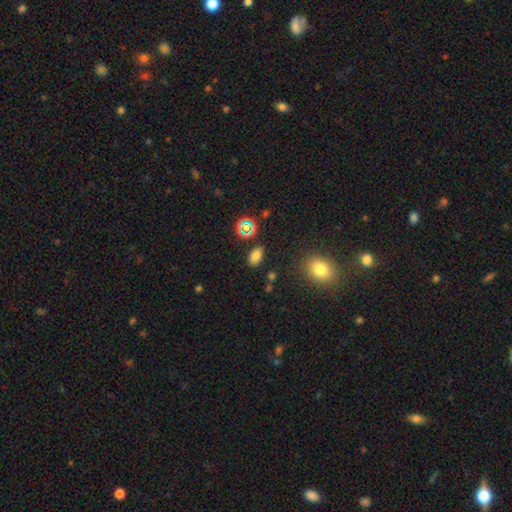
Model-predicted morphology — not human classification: A smooth galaxy with no disk features (74%) that is in between round and cigar-shaped (87%).

Vote fractions:
- Smooth or featured? smooth: 74% / star or artifact: 19% / featured or disk: 7%
- How rounded? in between: 87% / round: 10% / cigar-shaped: 3%
- Merging? none: 84% / minor disturbance: 10% / merger: 3% / major disturbance: 3%